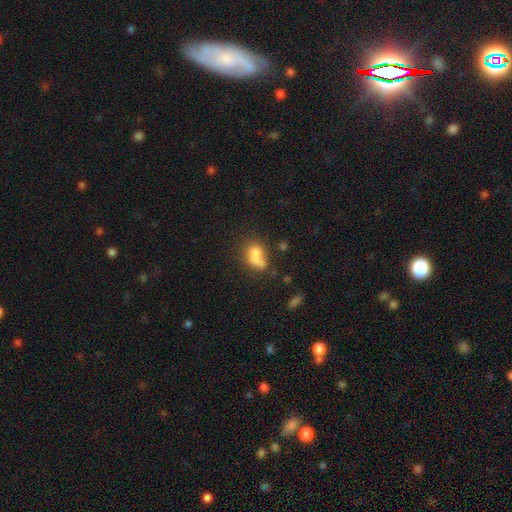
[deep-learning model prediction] Q: Smooth or featured?
A: smooth (69%); runner-up: featured or disk (18%)
Q: How rounded?
A: in between (69%); runner-up: round (28%)
Q: Merging?
A: merger (38%); runner-up: none (27%)